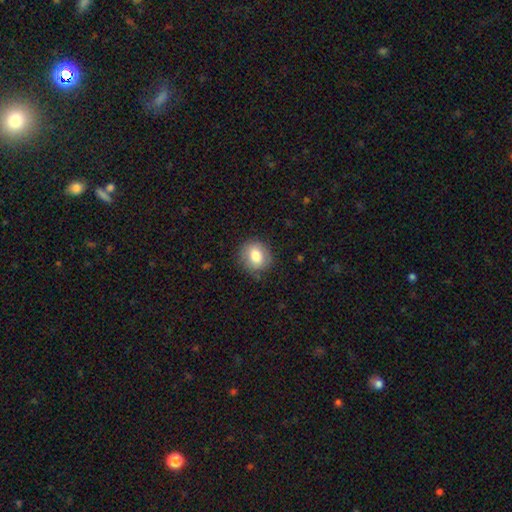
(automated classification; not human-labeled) smooth_or_featured: smooth (p=0.78) [alt: featured or disk p=0.14]
how_rounded: round (p=0.75) [alt: in between p=0.24]
merging: none (p=0.82) [alt: minor disturbance p=0.14]